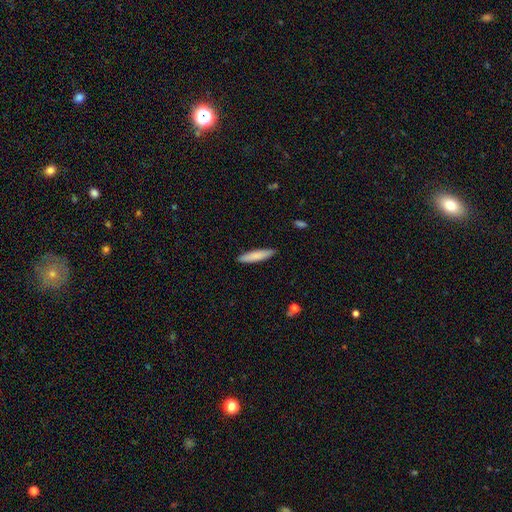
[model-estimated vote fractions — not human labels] Q: Smooth or featured?
A: smooth (82%); runner-up: featured or disk (13%)
Q: How rounded?
A: cigar-shaped (85%); runner-up: in between (14%)
Q: Merging?
A: none (88%); runner-up: minor disturbance (9%)